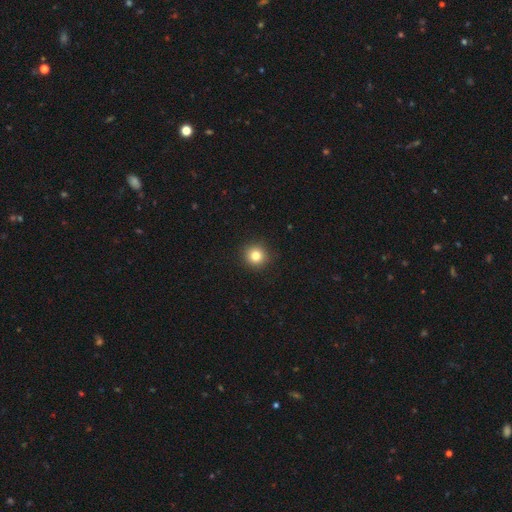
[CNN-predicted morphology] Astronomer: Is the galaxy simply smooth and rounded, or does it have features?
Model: smooth — 82%.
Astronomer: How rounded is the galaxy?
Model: round — 94%.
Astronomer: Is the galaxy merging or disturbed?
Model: none — 92%.